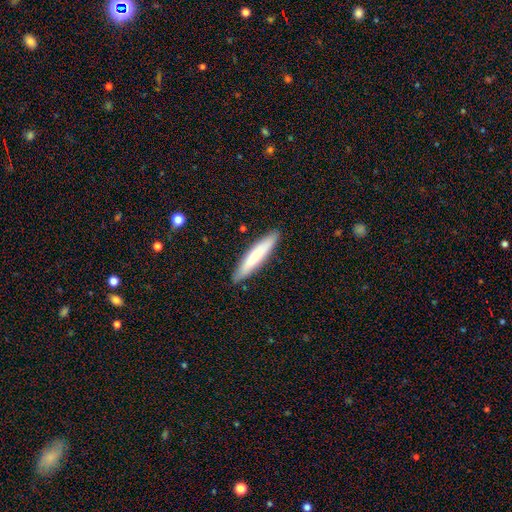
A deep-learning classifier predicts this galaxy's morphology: The model was most divided on "smooth or featured": smooth: 70%, featured or disk: 25%, star or artifact: 5%. More confident: merging — none (90%); how rounded — cigar-shaped (89%).